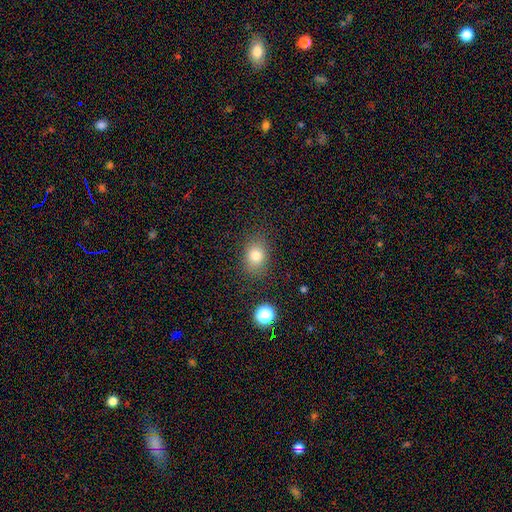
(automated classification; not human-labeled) Morphology: type=smooth (79%); roundness=in between (58%); merging=none (82%).